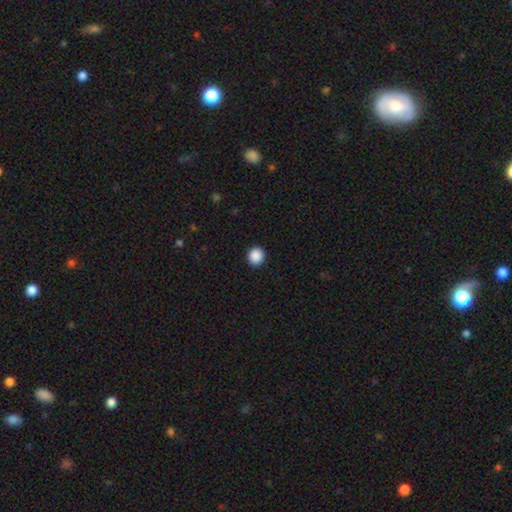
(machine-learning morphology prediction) type=smooth (89%); roundness=round (89%); merging=none (93%).